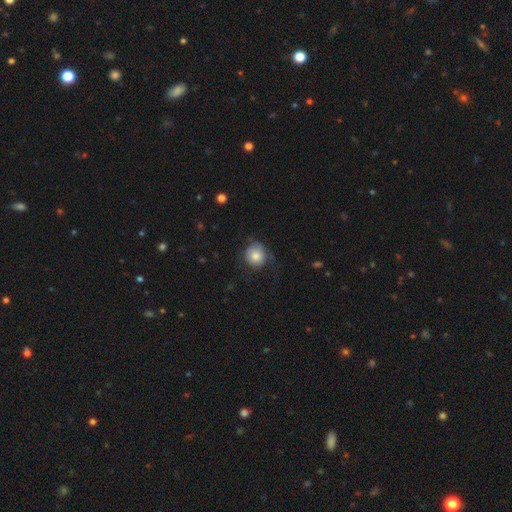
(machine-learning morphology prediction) smooth 77%, featured or disk 15%, star or artifact 8%. Down the decision tree: how rounded — round (86%); merging — none (59%).